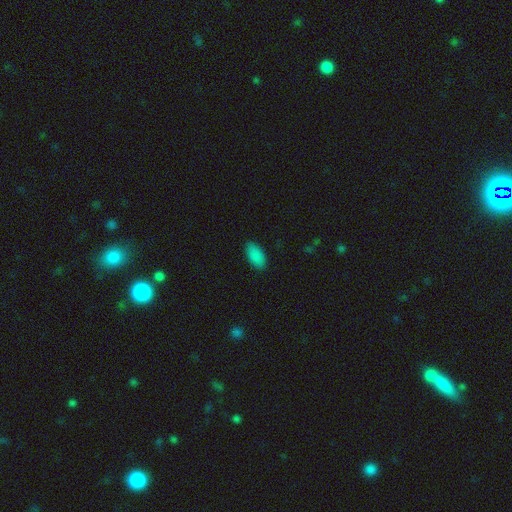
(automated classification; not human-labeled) The model was most divided on "merging": none: 86%, minor disturbance: 10%, major disturbance: 2%, merger: 1%. More confident: how rounded — in between (94%); smooth or featured — smooth (89%).